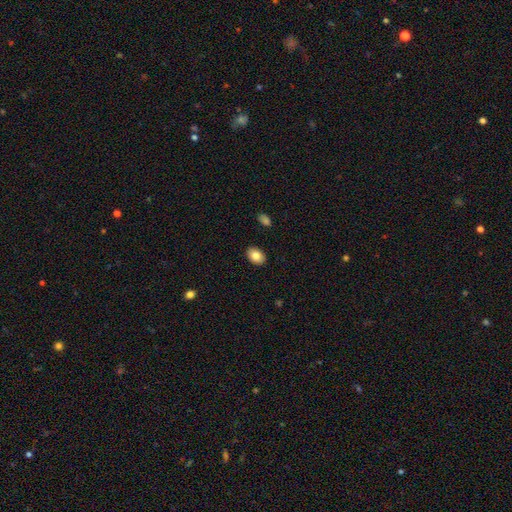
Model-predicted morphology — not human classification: Smooth or featured: smooth — 83% (featured or disk — 9%)
How rounded: in between — 81% (round — 18%)
Merging: none — 89% (minor disturbance — 8%)